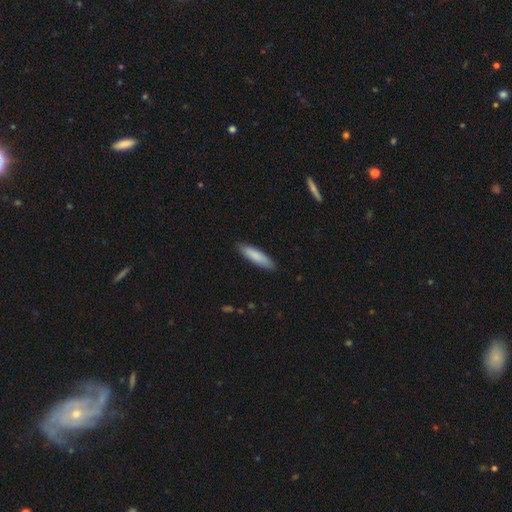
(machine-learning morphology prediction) Smooth or featured: smooth — 84% (featured or disk — 10%)
How rounded: cigar-shaped — 74% (in between — 25%)
Merging: none — 89% (minor disturbance — 9%)